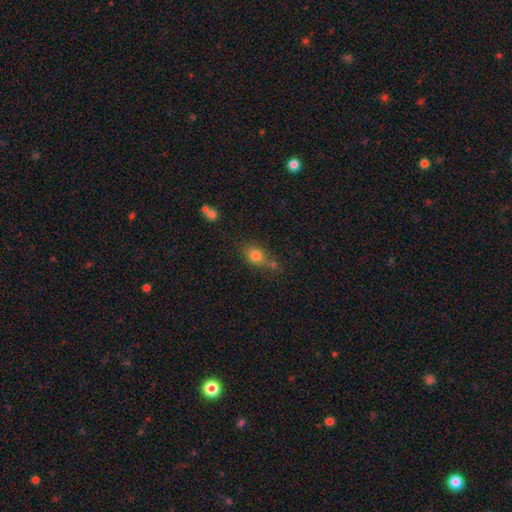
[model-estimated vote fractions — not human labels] A smooth galaxy with no disk features (79%) that is in between round and cigar-shaped (51%). Merging: none (49%).